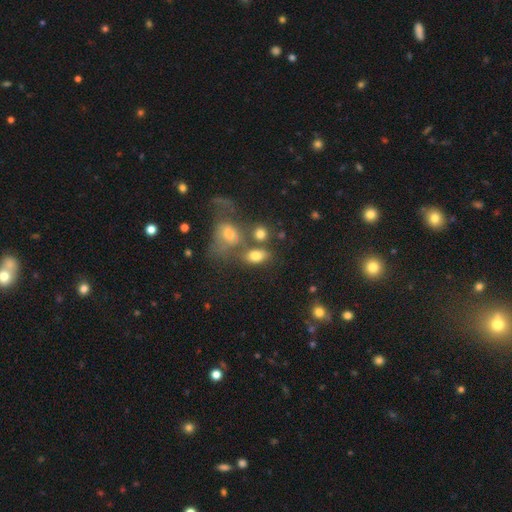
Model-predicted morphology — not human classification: This appears to be a smooth galaxy with no disk features (74%) that is in between round and cigar-shaped (82%). Merging: none (44%).